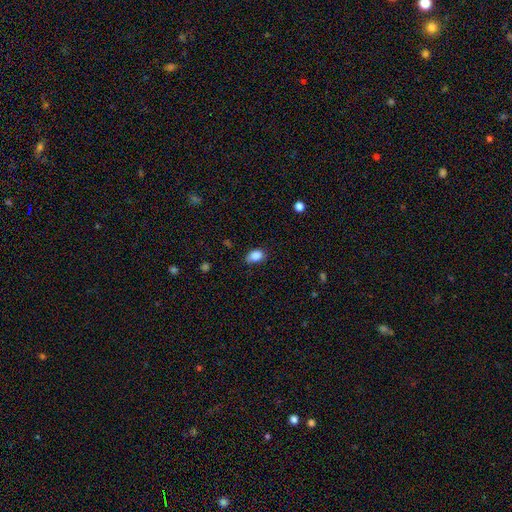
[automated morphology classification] smooth-or-featured: smooth: 87% | star or artifact: 9% | featured or disk: 4%
  how-rounded: in between: 83% | round: 16% | cigar-shaped: 1%
  merging: none: 73% | minor disturbance: 22% | major disturbance: 4% | merger: 1%